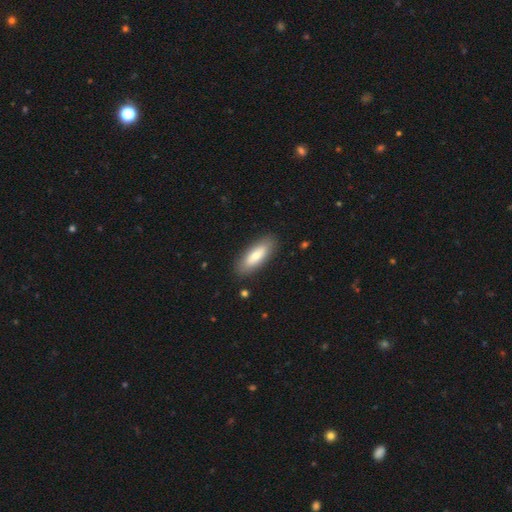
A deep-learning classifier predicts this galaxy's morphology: Overall: smooth (76%). How rounded: in between (68%; cigar-shaped 31%). Merging: none (87%).